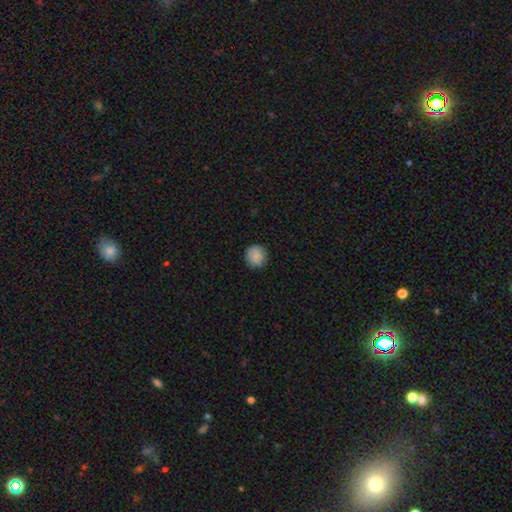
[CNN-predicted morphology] smooth_or_featured: smooth (p=0.87) [alt: star or artifact p=0.08]
how_rounded: round (p=0.92) [alt: in between p=0.07]
merging: none (p=0.87) [alt: minor disturbance p=0.10]